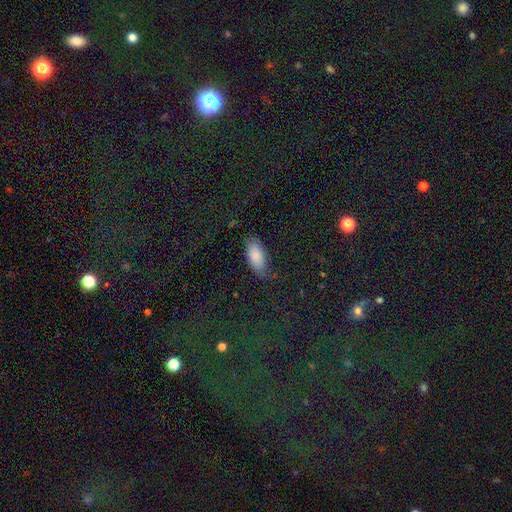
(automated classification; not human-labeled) This appears to be a smooth galaxy with no disk features (83%) that is in between round and cigar-shaped (91%). Merging: none (76%).